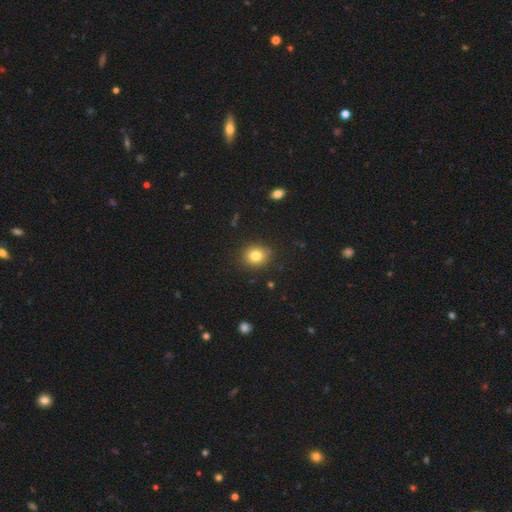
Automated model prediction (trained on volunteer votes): Smooth or featured?
  - smooth: 80% *
  - star or artifact: 12%
  - featured or disk: 8%
How rounded?
  - round: 75% *
  - in between: 24%
  - cigar-shaped: 1%
Merging?
  - none: 87% *
  - minor disturbance: 10%
  - major disturbance: 2%
  - merger: 1%